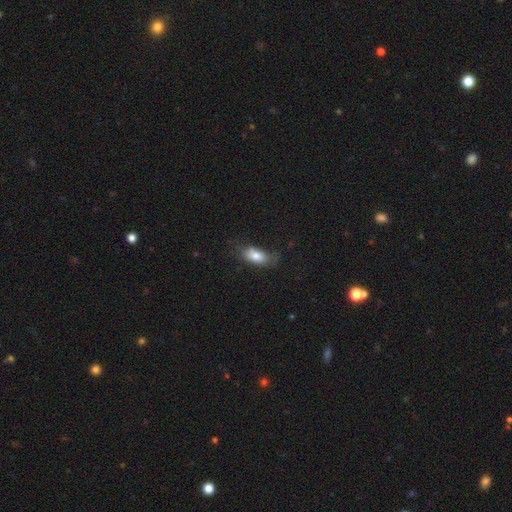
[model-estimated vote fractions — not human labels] Smooth or featured? Predicted: smooth (p=0.78). How rounded? Predicted: in between (p=0.85). Merging? Predicted: none (p=0.50).